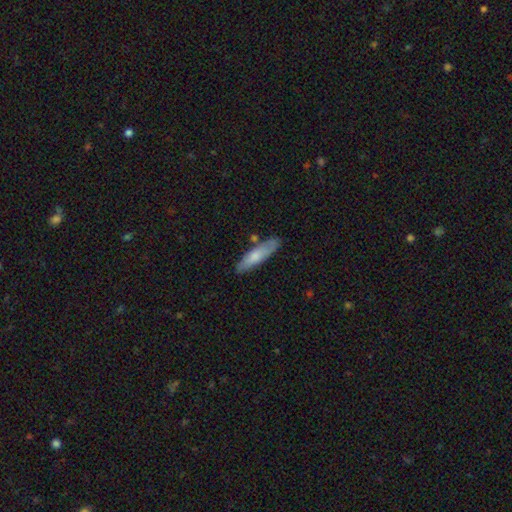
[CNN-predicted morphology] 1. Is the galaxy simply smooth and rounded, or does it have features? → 71% smooth, 24% featured or disk, 5% star or artifact.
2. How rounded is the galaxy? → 73% cigar-shaped, 25% in between, 2% round.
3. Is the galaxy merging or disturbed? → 77% none, 15% minor disturbance, 5% merger, 3% major disturbance.